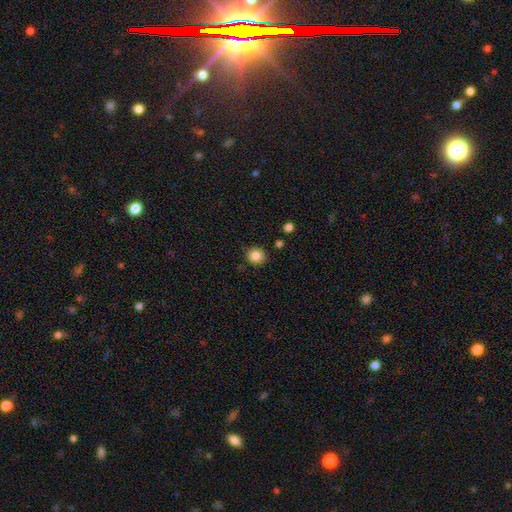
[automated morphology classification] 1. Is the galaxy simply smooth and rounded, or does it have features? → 85% smooth, 10% star or artifact, 5% featured or disk.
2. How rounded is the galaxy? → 90% round, 9% in between, 1% cigar-shaped.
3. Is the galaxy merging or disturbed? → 88% none, 8% minor disturbance, 2% merger, 2% major disturbance.